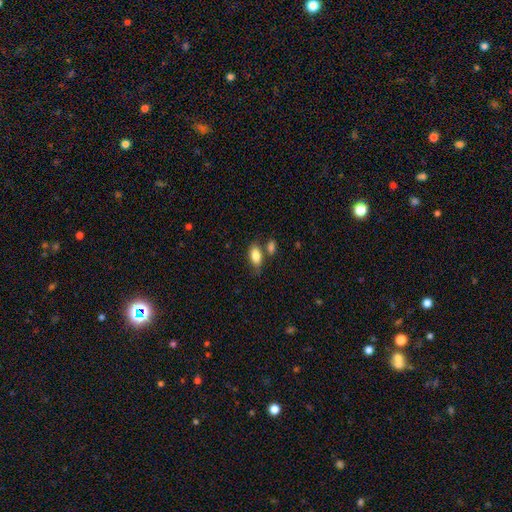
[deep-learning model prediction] Q: Smooth or featured?
A: smooth (84%); runner-up: featured or disk (9%)
Q: How rounded?
A: in between (89%); runner-up: cigar-shaped (7%)
Q: Merging?
A: none (66%); runner-up: merger (15%)